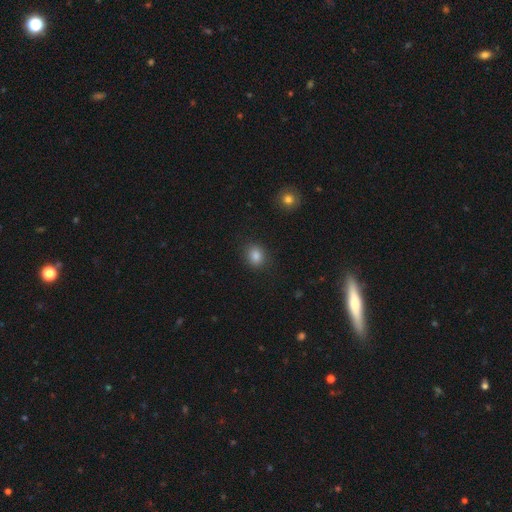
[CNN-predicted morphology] The model was most divided on "how rounded": round: 71%, in between: 28%, cigar-shaped: 1%. More confident: merging — none (87%); smooth or featured — smooth (83%).